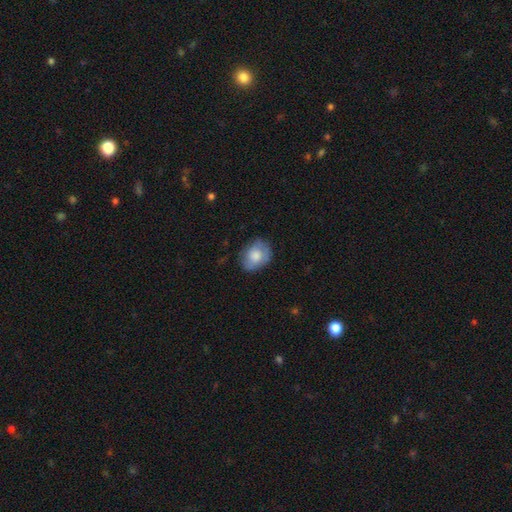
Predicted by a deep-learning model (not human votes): Smooth or featured? Predicted: smooth (p=0.70). How rounded? Predicted: in between (p=0.61). Merging? Predicted: none (p=0.70).